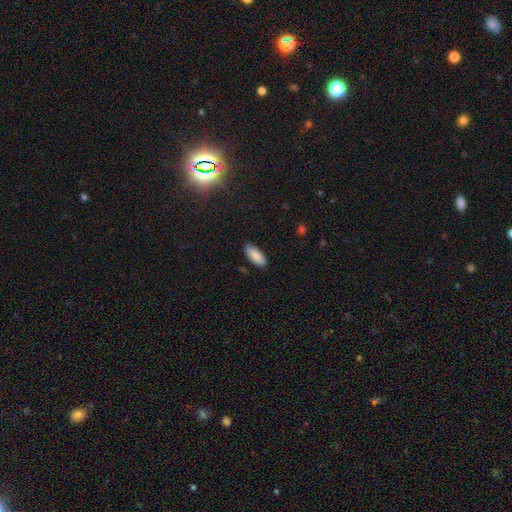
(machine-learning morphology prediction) Q: Smooth or featured?
A: smooth (87%); runner-up: star or artifact (7%)
Q: How rounded?
A: in between (80%); runner-up: cigar-shaped (18%)
Q: Merging?
A: none (86%); runner-up: minor disturbance (11%)